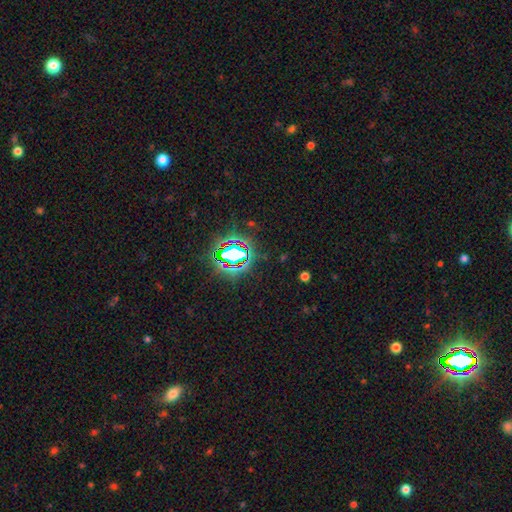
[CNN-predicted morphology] smooth_or_featured: star or artifact (p=0.80) [alt: smooth p=0.12]